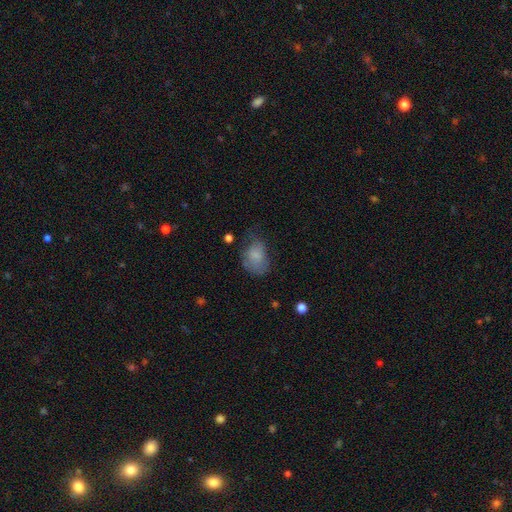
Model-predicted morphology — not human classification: Smooth or featured?
  - smooth: 74% *
  - featured or disk: 17%
  - star or artifact: 9%
How rounded?
  - in between: 72% *
  - round: 27%
  - cigar-shaped: 1%
Merging?
  - none: 42% *
  - minor disturbance: 34%
  - major disturbance: 22%
  - merger: 2%